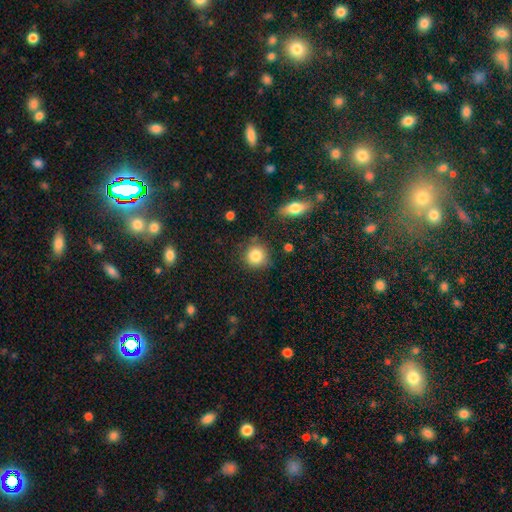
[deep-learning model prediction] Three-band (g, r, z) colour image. It shows a smooth galaxy with no disk features (84%) that is round (91%). Merging: none (82%).